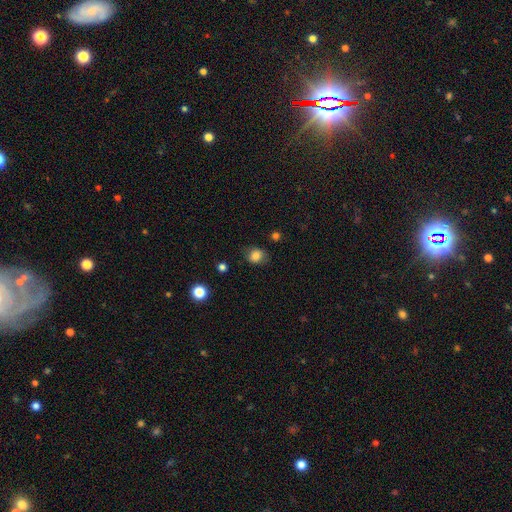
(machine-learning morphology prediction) A smooth galaxy with no disk features (83%) that is round (66%). Merging: none (78%).